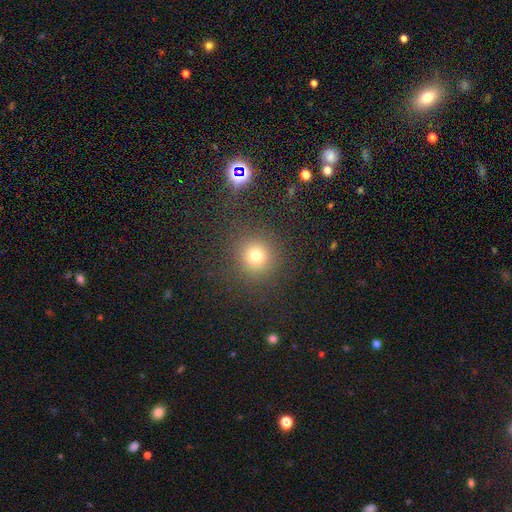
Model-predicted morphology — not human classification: Overall: smooth (74%). How rounded: round (93%). Merging: none (87%).